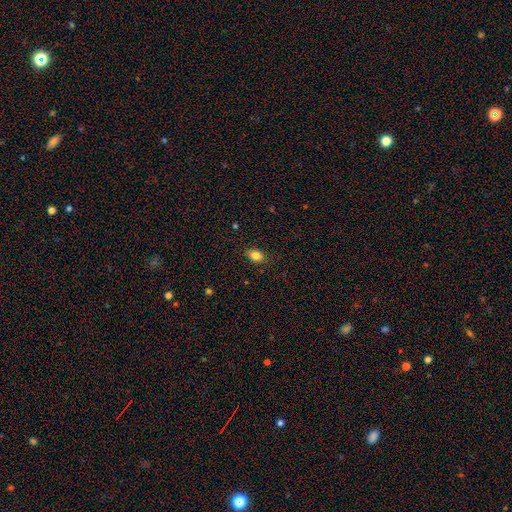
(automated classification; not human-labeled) The model was most divided on "how rounded": in between: 74%, round: 24%, cigar-shaped: 2%. More confident: merging — none (85%); smooth or featured — smooth (83%).